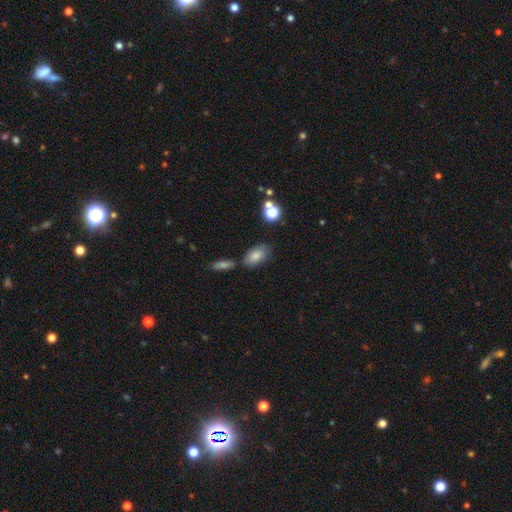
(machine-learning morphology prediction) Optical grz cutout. It shows a smooth galaxy with no disk features (78%) that is in between round and cigar-shaped (89%). Merging: none (66%).